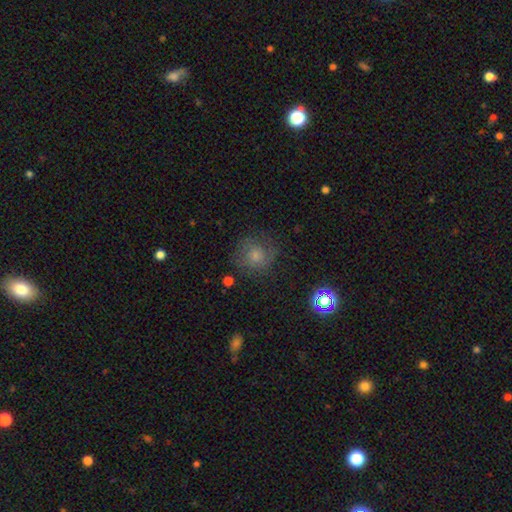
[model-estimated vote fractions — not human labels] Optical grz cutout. It shows a smooth galaxy with no disk features (60%) that is round (85%). Merging: none (67%).